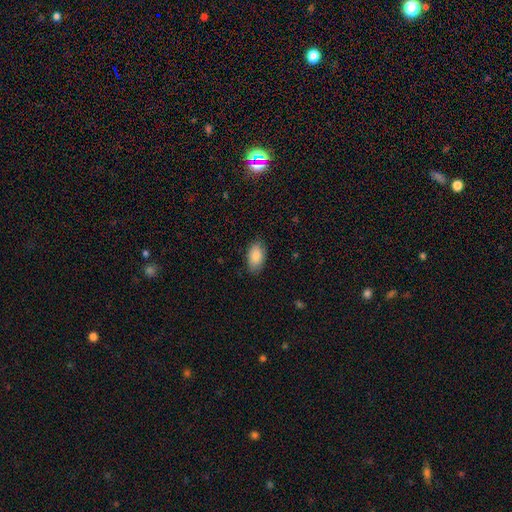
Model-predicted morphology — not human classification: Q: Smooth or featured?
A: smooth (87%); runner-up: featured or disk (7%)
Q: How rounded?
A: in between (93%); runner-up: round (5%)
Q: Merging?
A: none (81%); runner-up: minor disturbance (15%)